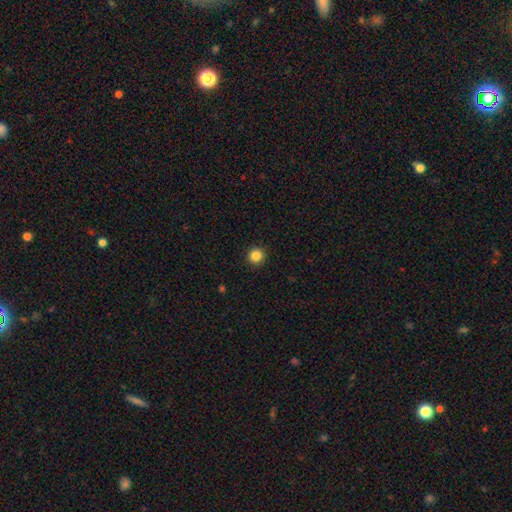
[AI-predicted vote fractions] Smooth or featured? Predicted: smooth (p=0.85). How rounded? Predicted: round (p=0.95). Merging? Predicted: none (p=0.93).